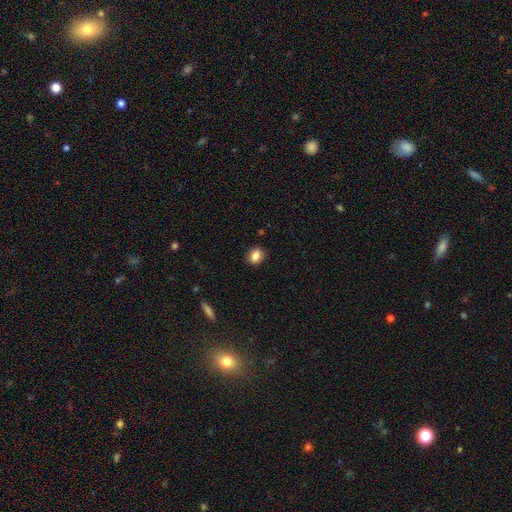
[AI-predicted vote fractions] smooth-or-featured: smooth: 85% | star or artifact: 9% | featured or disk: 5%
  how-rounded: in between: 52% | round: 46% | cigar-shaped: 1%
  merging: none: 89% | minor disturbance: 8% | major disturbance: 2% | merger: 1%